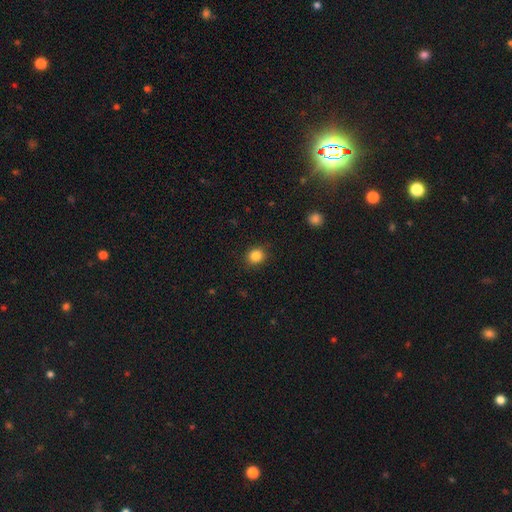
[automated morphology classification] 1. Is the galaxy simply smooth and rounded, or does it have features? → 85% smooth, 11% star or artifact, 4% featured or disk.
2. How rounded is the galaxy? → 81% round, 18% in between, 1% cigar-shaped.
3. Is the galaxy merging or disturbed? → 89% none, 8% minor disturbance, 2% major disturbance, 1% merger.